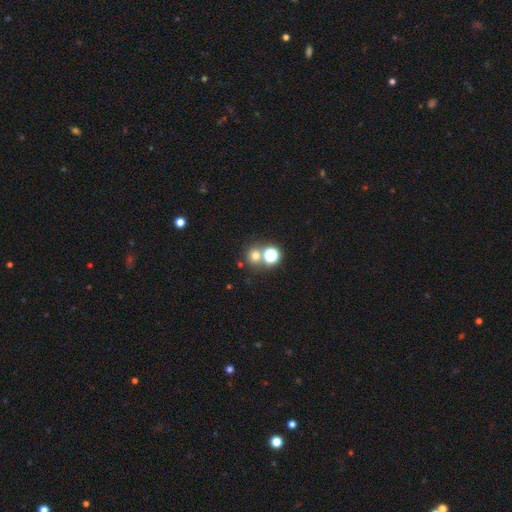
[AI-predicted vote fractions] smooth 66%, star or artifact 26%, featured or disk 8%. Down the decision tree: how rounded — round (88%); merging — none (64%).